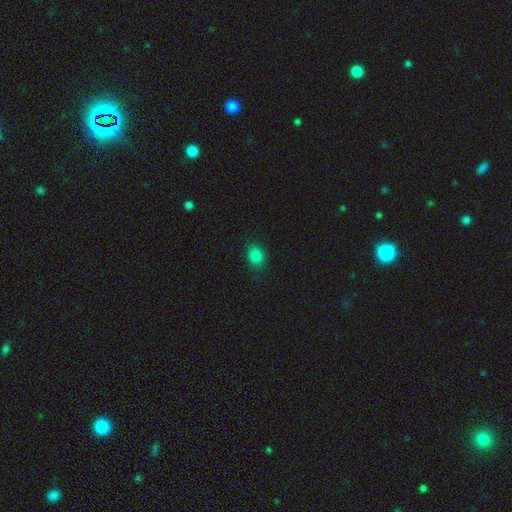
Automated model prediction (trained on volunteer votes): This appears to be a smooth galaxy with no disk features (83%) that is round (51%). Merging: none (87%).